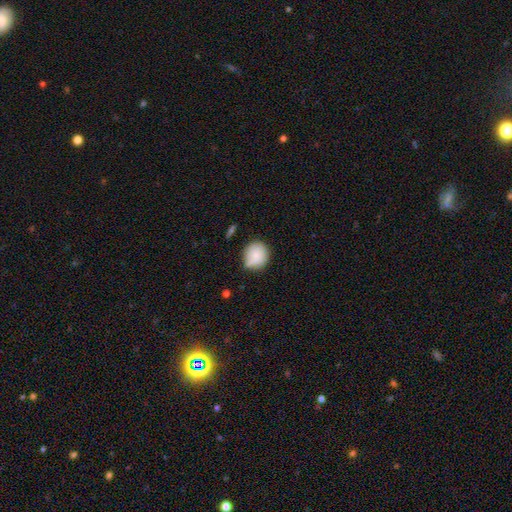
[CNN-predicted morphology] A smooth galaxy with no disk features (81%) that is round (81%).

Vote fractions:
- Smooth or featured? smooth: 81% / featured or disk: 11% / star or artifact: 9%
- How rounded? round: 81% / in between: 18% / cigar-shaped: 1%
- Merging? none: 61% / minor disturbance: 29% / major disturbance: 6% / merger: 5%